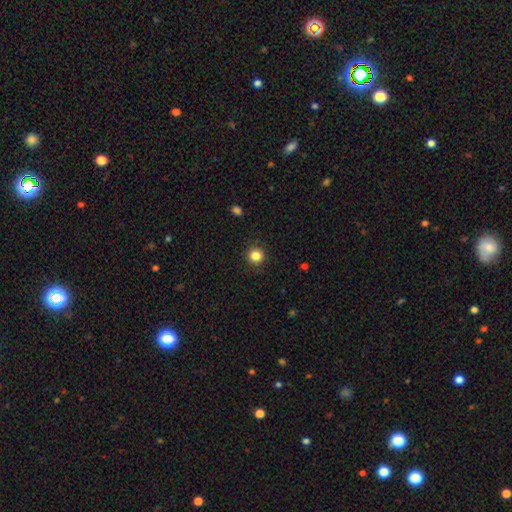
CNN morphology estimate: Overall: smooth (84%). How rounded: round (93%). Merging: none (92%).